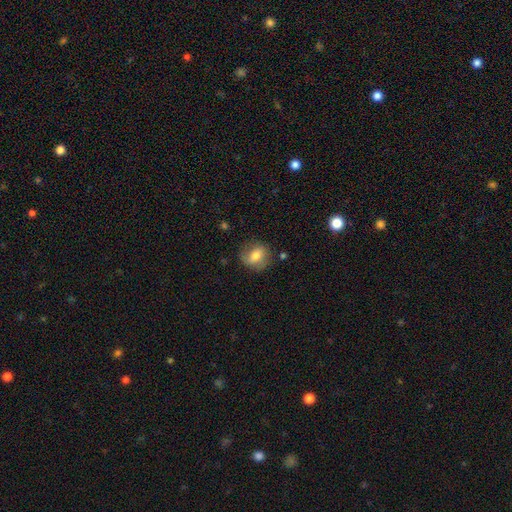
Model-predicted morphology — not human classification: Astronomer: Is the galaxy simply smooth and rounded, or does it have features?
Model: smooth — 70%.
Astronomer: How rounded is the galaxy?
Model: round — 59% (runner-up: in between, 40%).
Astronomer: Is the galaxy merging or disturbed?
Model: none — 73%.